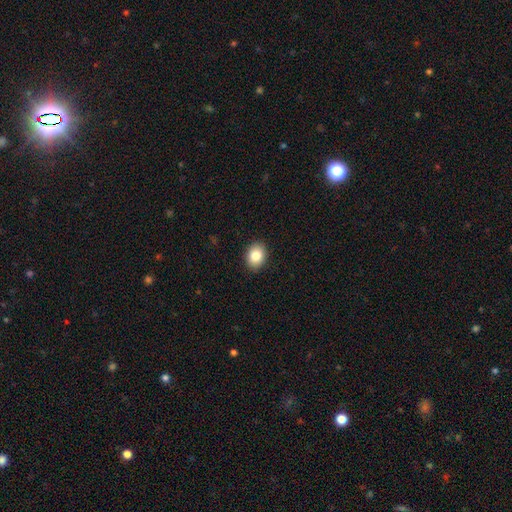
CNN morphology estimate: The model was most divided on "how rounded": in between: 60%, round: 40%, cigar-shaped: 1%. More confident: merging — none (91%); smooth or featured — smooth (84%).